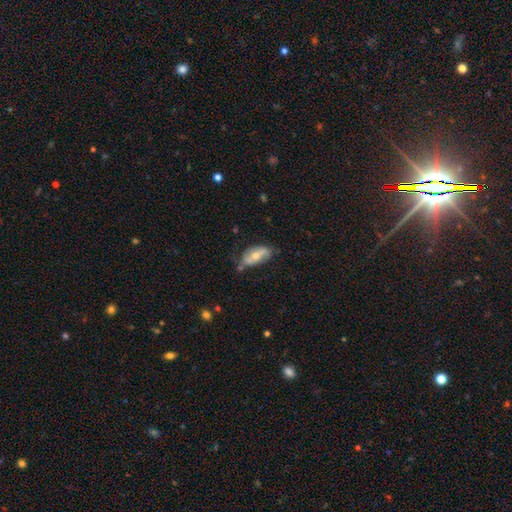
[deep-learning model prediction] This is possibly a featured or disk galaxy (52%). It is clearly not viewed edge-on (87%). Merging: possibly none (54%).